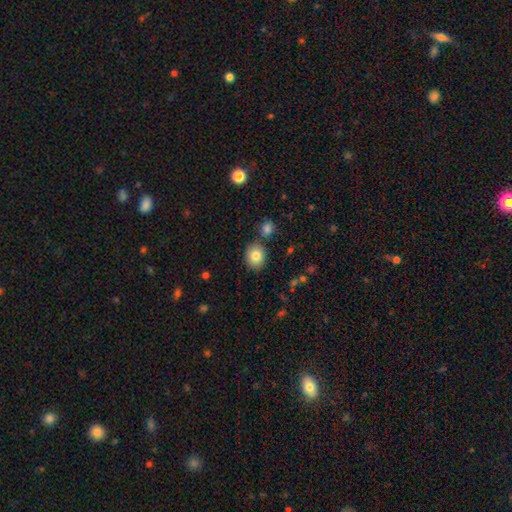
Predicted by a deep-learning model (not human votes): Smooth or featured? smooth (82%)
How rounded? round (60%)
Merging? none (77%)